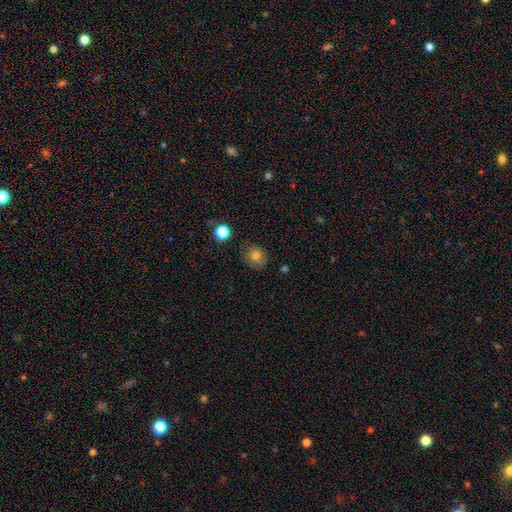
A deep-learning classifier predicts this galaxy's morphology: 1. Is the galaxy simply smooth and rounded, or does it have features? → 79% smooth, 12% star or artifact, 9% featured or disk.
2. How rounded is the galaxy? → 76% round, 23% in between, 1% cigar-shaped.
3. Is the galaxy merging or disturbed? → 84% none, 12% minor disturbance, 3% major disturbance, 2% merger.